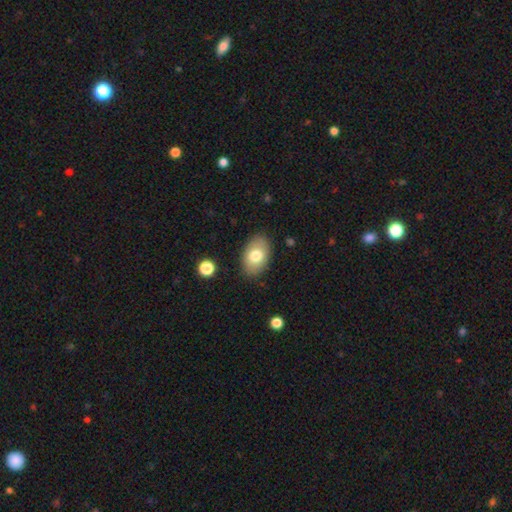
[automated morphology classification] smooth-or-featured: smooth: 76% | featured or disk: 17% | star or artifact: 7%
  how-rounded: in between: 89% | round: 10% | cigar-shaped: 1%
  merging: none: 85% | minor disturbance: 11% | major disturbance: 3% | merger: 1%